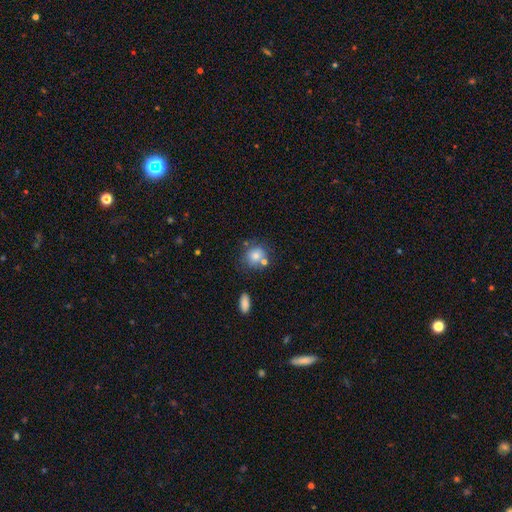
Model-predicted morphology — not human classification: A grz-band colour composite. It shows a smooth galaxy with no disk features (77%) that is round (81%). Merging: none (61%).